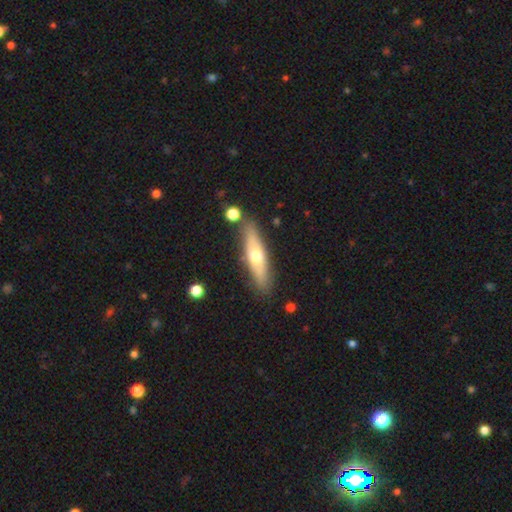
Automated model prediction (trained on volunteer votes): Morphology: type=featured or disk (49%); merging=none (82%).